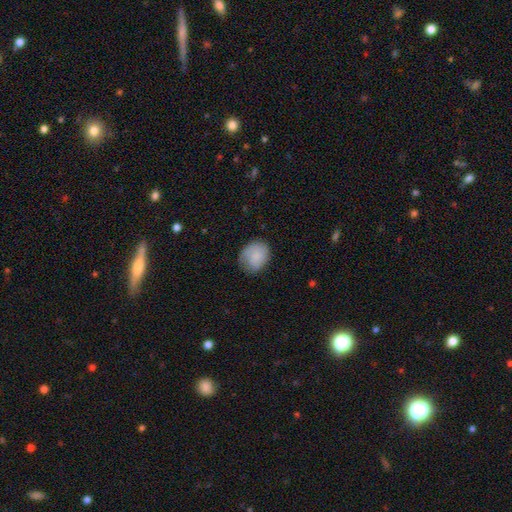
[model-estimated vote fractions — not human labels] smooth 81%, featured or disk 12%, star or artifact 7%. Down the decision tree: how rounded — round (52%); merging — none (67%).